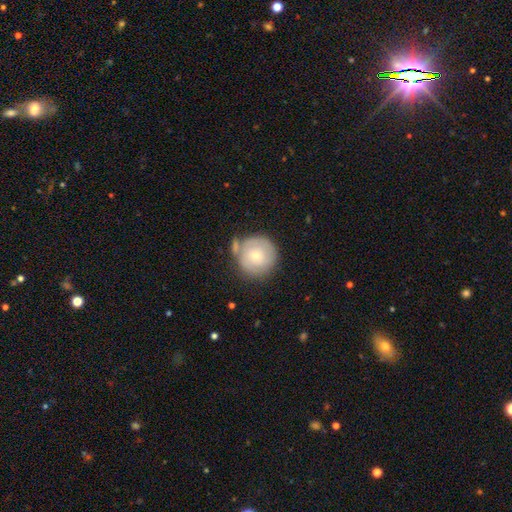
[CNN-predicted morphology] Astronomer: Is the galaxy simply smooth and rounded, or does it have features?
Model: smooth — 59% (runner-up: featured or disk, 35%).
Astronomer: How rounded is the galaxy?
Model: round — 94%.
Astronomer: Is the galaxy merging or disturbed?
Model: none — 59%.